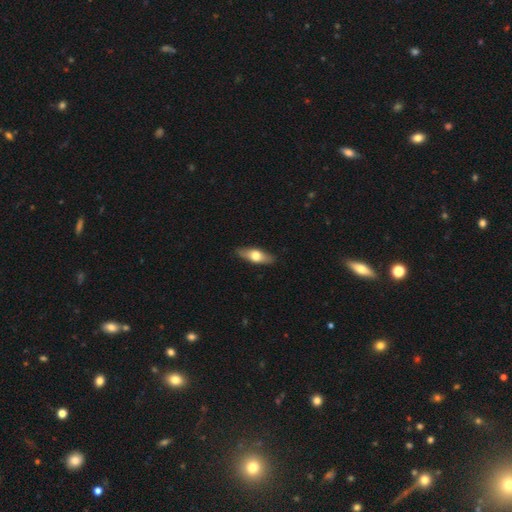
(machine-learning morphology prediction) Overall: smooth (58%; featured or disk 37%). How rounded: in between (63%; cigar-shaped 33%). Merging: none (88%).